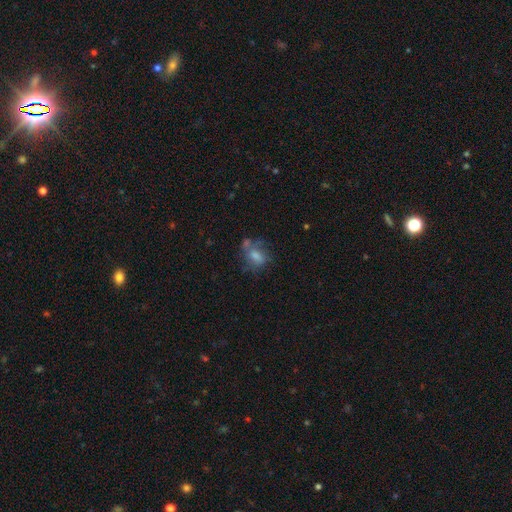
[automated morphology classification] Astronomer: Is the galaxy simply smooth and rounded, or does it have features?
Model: smooth — 61%.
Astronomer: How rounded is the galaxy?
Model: in between — 71%.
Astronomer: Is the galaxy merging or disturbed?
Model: none — 42% (runner-up: minor disturbance, 23%).